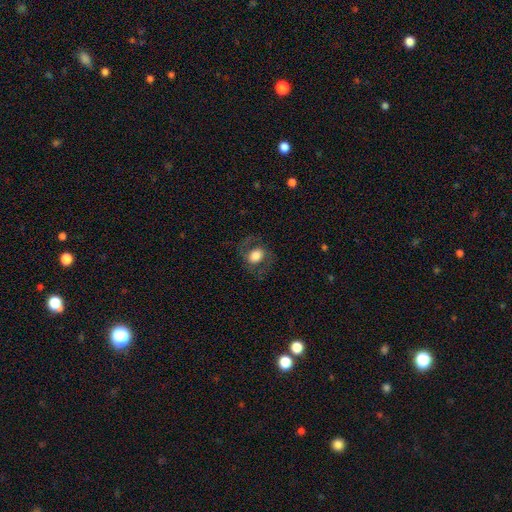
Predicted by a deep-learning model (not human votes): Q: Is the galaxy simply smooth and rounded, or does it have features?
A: smooth — 61%.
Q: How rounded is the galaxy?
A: round — 52%.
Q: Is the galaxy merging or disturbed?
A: none — 73%.